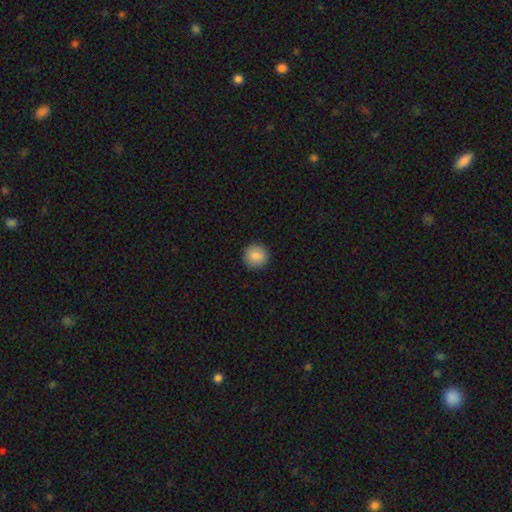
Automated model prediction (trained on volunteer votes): Smooth or featured? smooth (87%)
How rounded? round (94%)
Merging? none (92%)